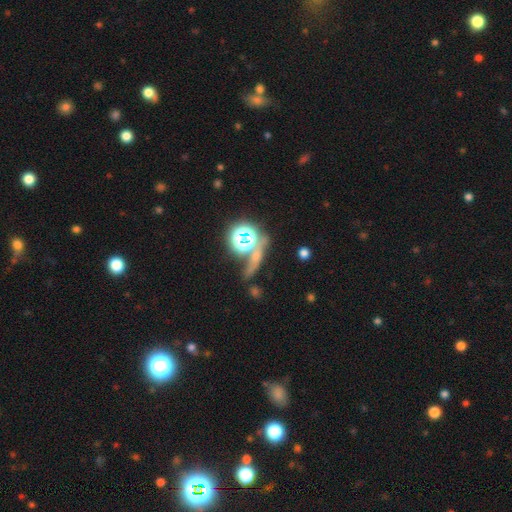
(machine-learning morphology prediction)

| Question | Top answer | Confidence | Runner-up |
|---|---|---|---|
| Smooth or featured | star or artifact | 46% | smooth (35%) |